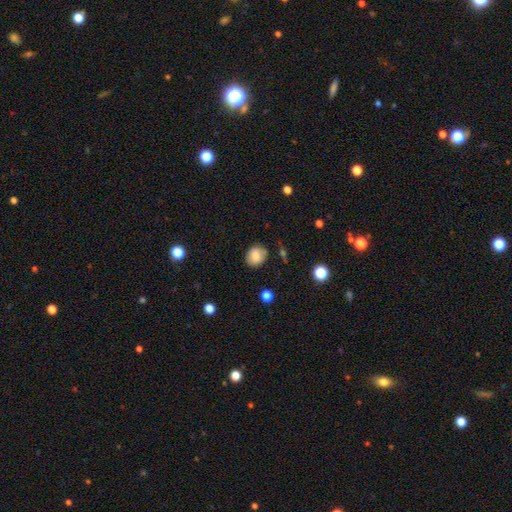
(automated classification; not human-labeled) This is clearly a smooth galaxy (82%). How rounded: possibly round (60%). Merging: clearly none (80%).